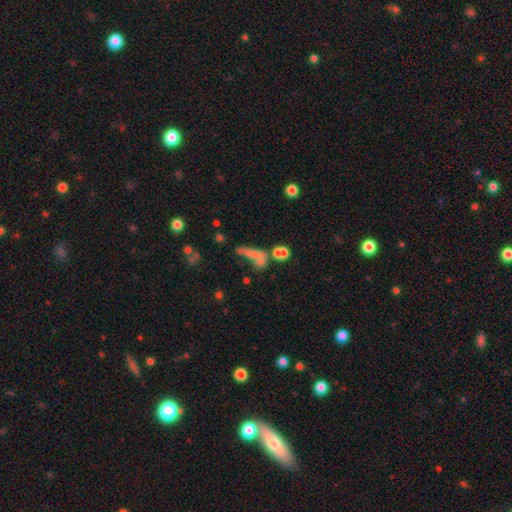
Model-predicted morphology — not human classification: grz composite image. It shows a smooth galaxy with no disk features (57%) that is cigar-shaped (64%). Merging: none (35%).